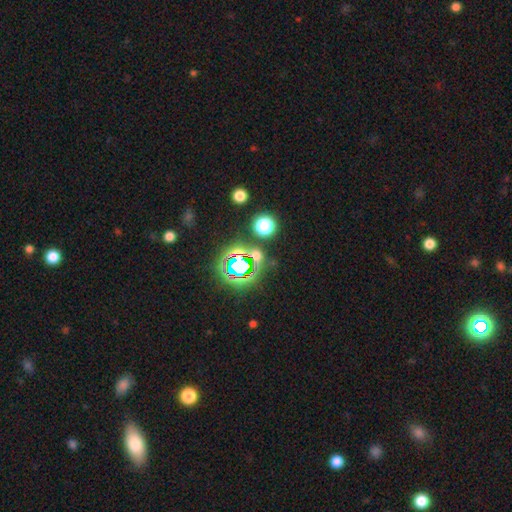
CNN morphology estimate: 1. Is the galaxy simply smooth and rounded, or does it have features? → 64% star or artifact, 27% smooth, 10% featured or disk.